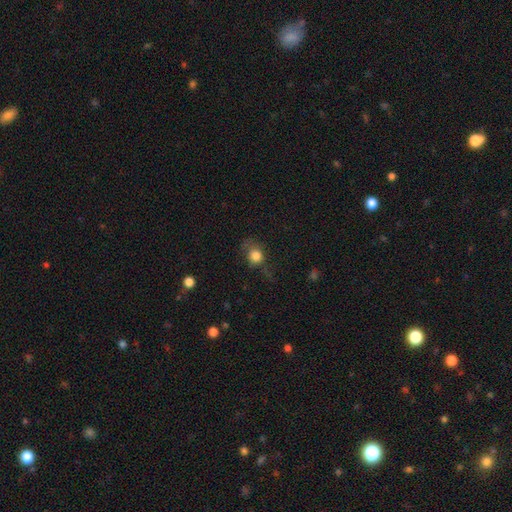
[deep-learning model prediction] Morphology: type=smooth (78%); roundness=round (72%); merging=none (51%).